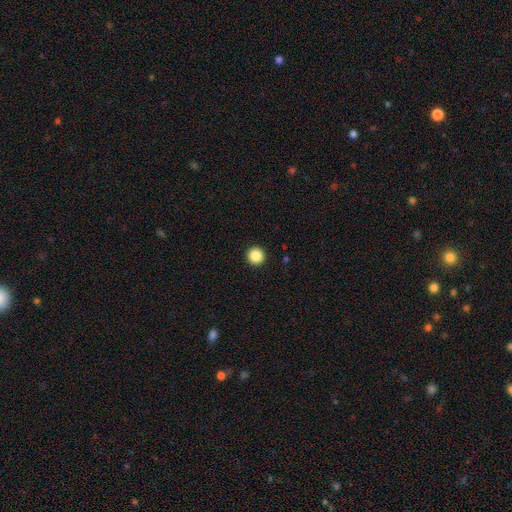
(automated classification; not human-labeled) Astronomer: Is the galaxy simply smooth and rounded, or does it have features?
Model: smooth — 87%.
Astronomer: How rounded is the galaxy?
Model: round — 97%.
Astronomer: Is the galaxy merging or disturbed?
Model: none — 94%.